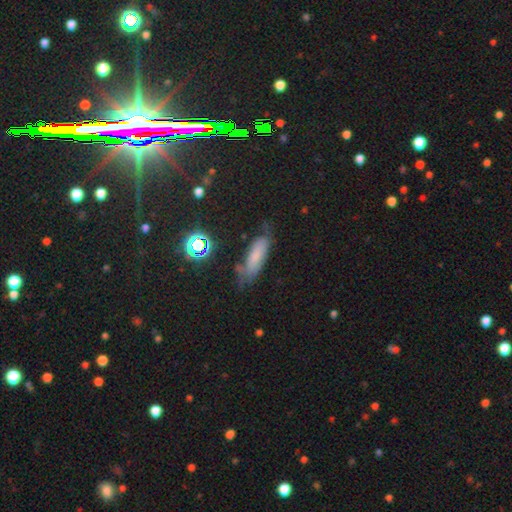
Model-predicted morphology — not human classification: Smooth or featured: smooth — 58% (featured or disk — 23%)
How rounded: in between — 53% (cigar-shaped — 43%)
Merging: none — 58% (minor disturbance — 28%)